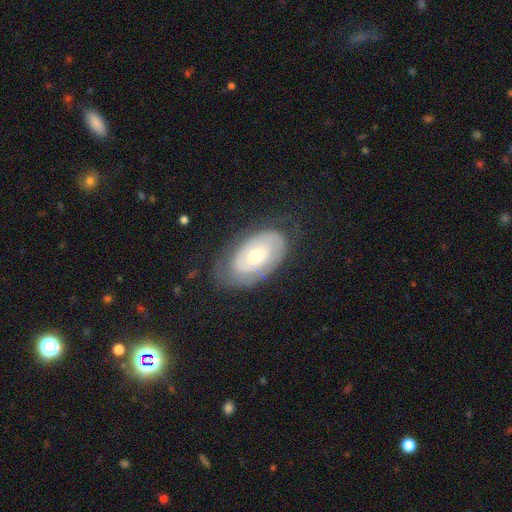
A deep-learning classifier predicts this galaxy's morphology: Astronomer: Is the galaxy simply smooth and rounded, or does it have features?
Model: featured or disk — 65%.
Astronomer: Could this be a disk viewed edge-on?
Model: no — 93%.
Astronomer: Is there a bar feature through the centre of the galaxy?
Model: no — 75%.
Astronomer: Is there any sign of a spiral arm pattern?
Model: yes — 67%.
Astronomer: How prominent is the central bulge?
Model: moderate — 61%.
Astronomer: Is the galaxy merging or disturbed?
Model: none — 70%.